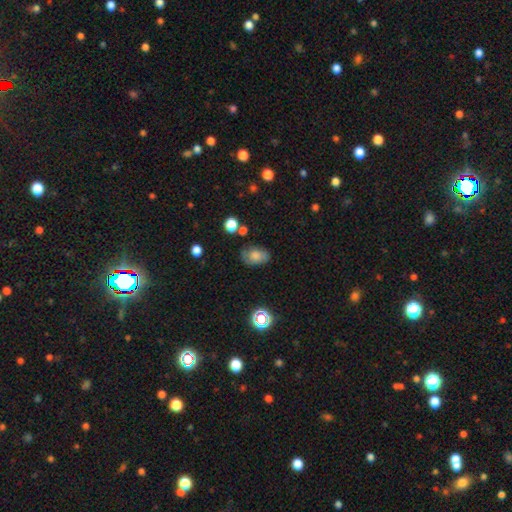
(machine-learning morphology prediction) Smooth or featured?
  - smooth: 73% *
  - featured or disk: 15%
  - star or artifact: 12%
How rounded?
  - in between: 85% *
  - round: 14%
  - cigar-shaped: 1%
Merging?
  - none: 65% *
  - minor disturbance: 24%
  - major disturbance: 7%
  - merger: 4%